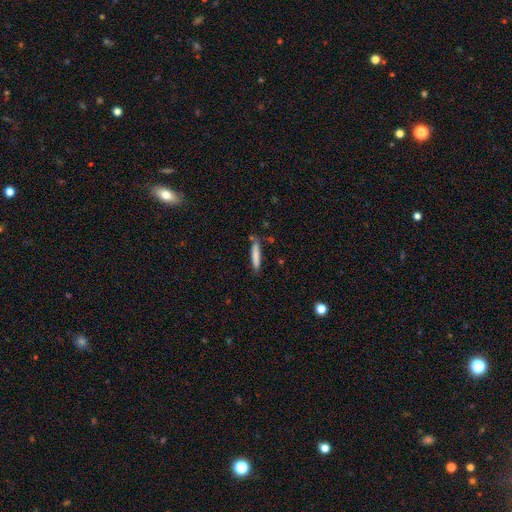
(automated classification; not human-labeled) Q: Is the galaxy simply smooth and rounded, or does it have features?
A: smooth — 79%.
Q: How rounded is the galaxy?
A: cigar-shaped — 91%.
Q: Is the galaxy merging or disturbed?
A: none — 79%.